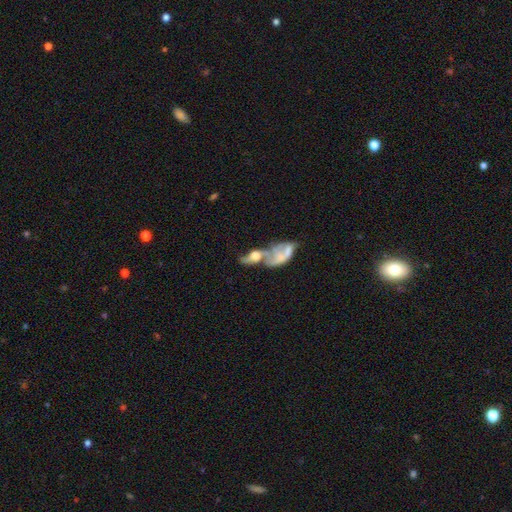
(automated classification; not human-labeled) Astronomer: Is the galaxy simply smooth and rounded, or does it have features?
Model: featured or disk — 57% (runner-up: smooth, 33%).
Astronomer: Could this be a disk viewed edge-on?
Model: no — 88%.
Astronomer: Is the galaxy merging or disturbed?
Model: merger — 64%.